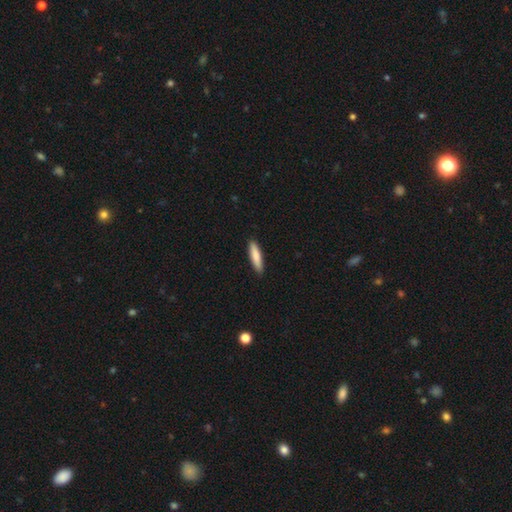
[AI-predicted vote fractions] Smooth or featured: smooth — 83% (featured or disk — 11%)
How rounded: cigar-shaped — 79% (in between — 20%)
Merging: none — 90% (minor disturbance — 7%)